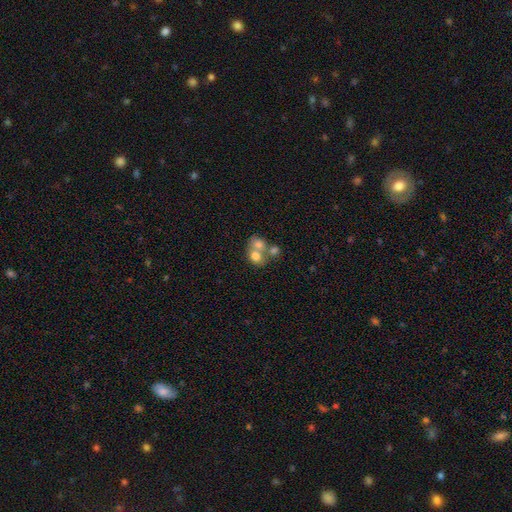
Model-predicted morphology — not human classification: A smooth galaxy with no disk features (69%) that is round (64%). Merging: merger (63%).